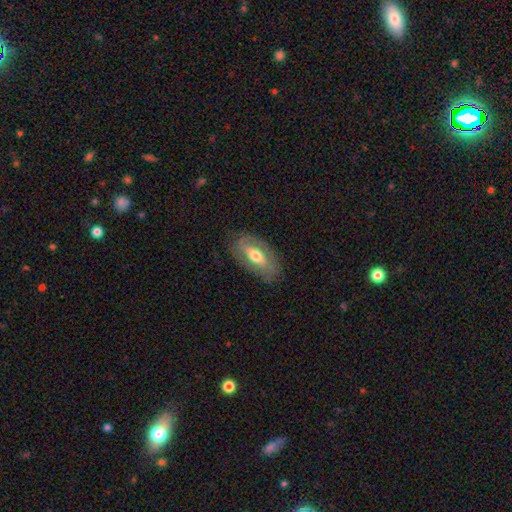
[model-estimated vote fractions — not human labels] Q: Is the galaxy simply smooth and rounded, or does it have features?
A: featured or disk — 55%.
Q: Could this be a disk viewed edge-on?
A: no — 84%.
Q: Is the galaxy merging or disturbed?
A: none — 79%.